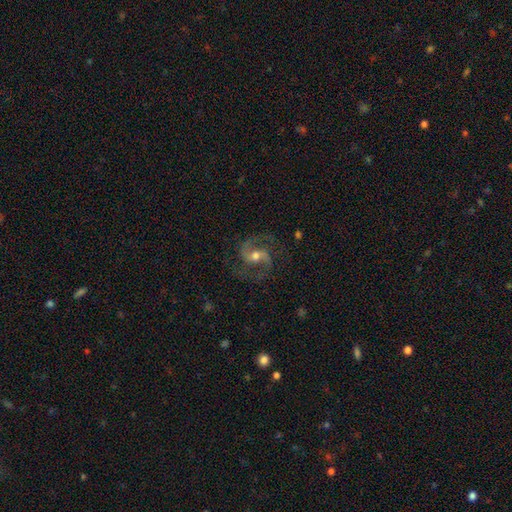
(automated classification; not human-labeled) This appears to be a featured or disk galaxy (89%) with a weak bar (45%), 2 (91%) medium (62%) spiral arms (97%) and a moderate central bulge (65%). Merging: none (77%).